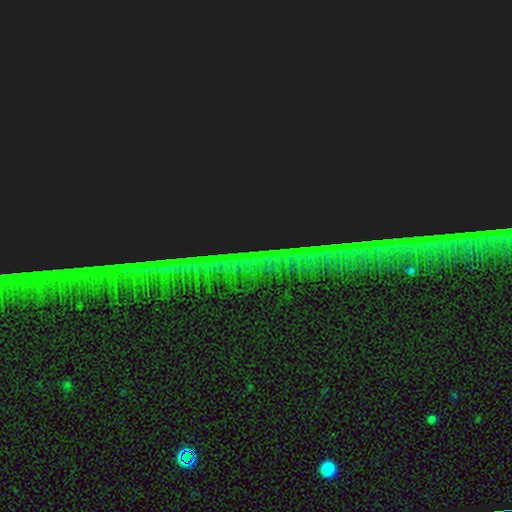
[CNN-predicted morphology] type=star or artifact (87%).